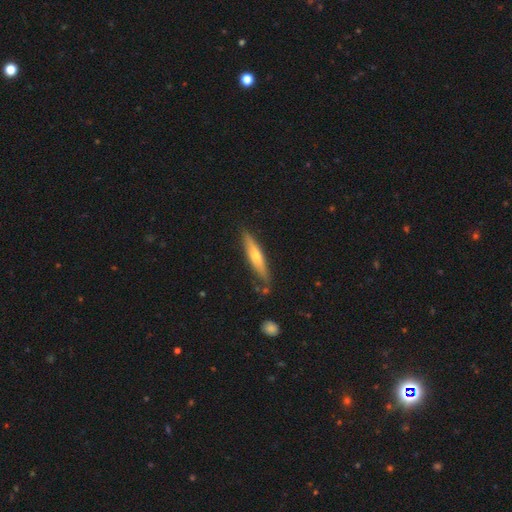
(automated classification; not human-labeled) A smooth galaxy with no disk features (47%, tied with featured or disk). Merging: none (83%).